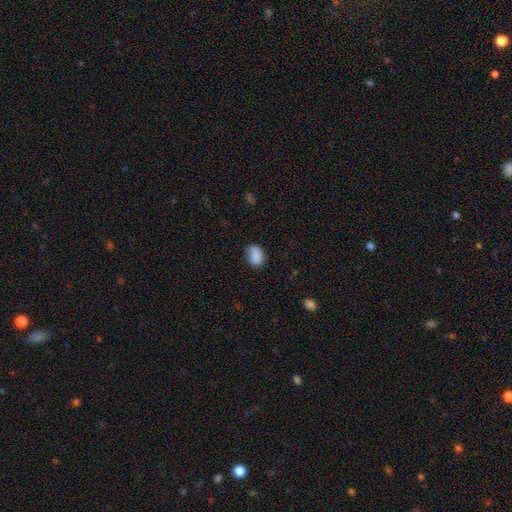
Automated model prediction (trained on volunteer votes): Smooth or featured?
  - smooth: 86% *
  - star or artifact: 9%
  - featured or disk: 6%
How rounded?
  - in between: 75% *
  - round: 24%
  - cigar-shaped: 1%
Merging?
  - none: 68% *
  - minor disturbance: 24%
  - major disturbance: 6%
  - merger: 2%